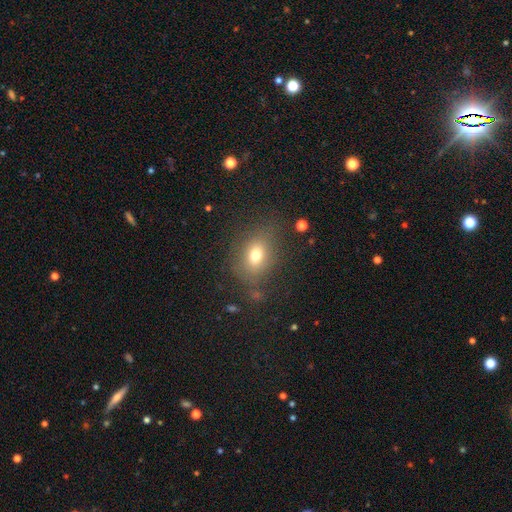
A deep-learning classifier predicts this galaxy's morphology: type=smooth (72%); roundness=in between (62%); merging=none (75%).